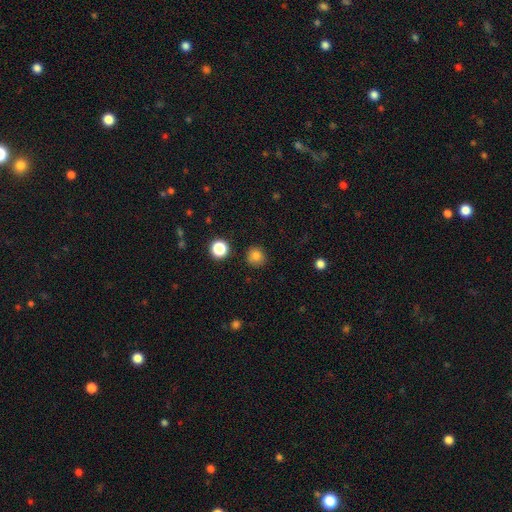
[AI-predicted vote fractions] This appears to be a smooth galaxy with no disk features (82%) that is round (92%). Merging: none (88%).